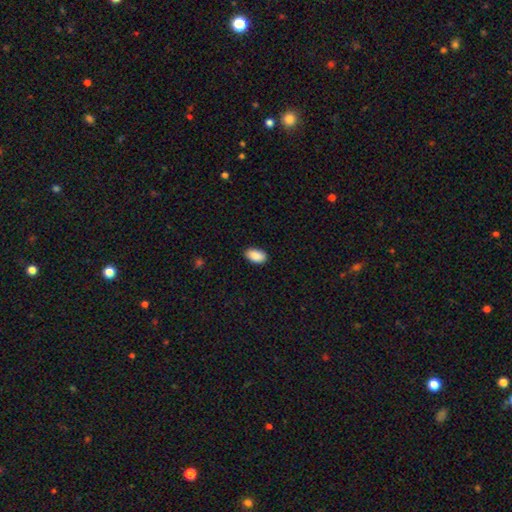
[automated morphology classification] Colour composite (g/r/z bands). It shows a smooth galaxy with no disk features (90%) that is in between round and cigar-shaped (94%). Merging: none (89%).